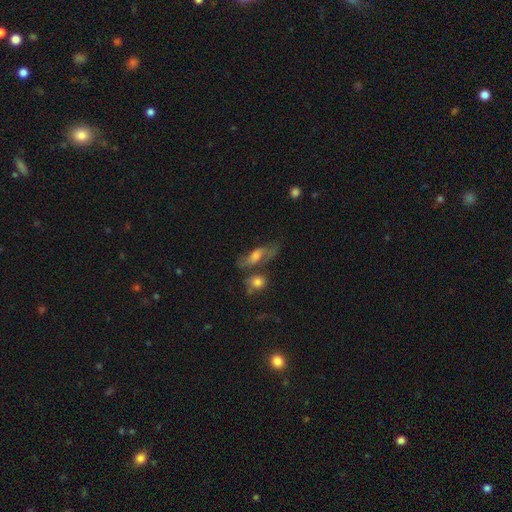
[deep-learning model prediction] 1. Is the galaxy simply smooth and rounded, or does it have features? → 45% featured or disk, 44% smooth, 11% star or artifact.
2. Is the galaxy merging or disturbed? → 47% none, 20% minor disturbance, 18% merger, 14% major disturbance.